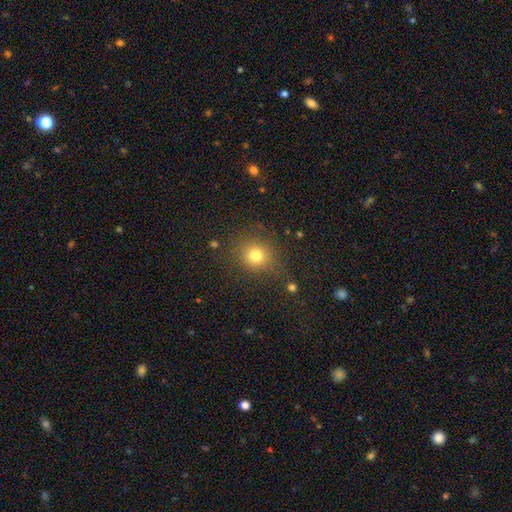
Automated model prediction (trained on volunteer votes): Morphology: type=smooth (77%); roundness=round (82%); merging=none (81%).